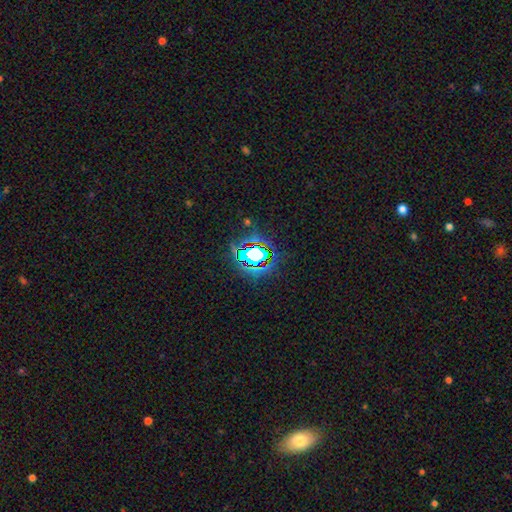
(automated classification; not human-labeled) Overall: star or artifact (67%).